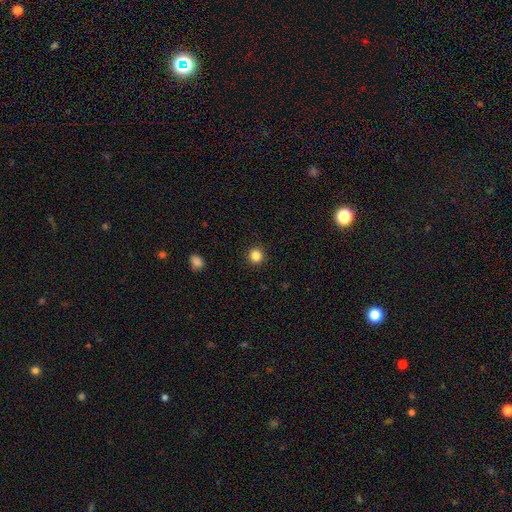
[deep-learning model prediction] The model was most divided on "smooth or featured": smooth: 85%, star or artifact: 11%, featured or disk: 4%. More confident: how rounded — round (95%); merging — none (92%).